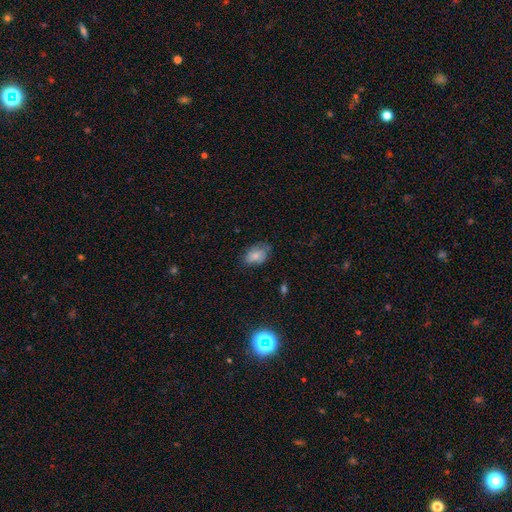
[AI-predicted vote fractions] Morphology: type=smooth (78%); roundness=in between (85%); merging=none (61%).